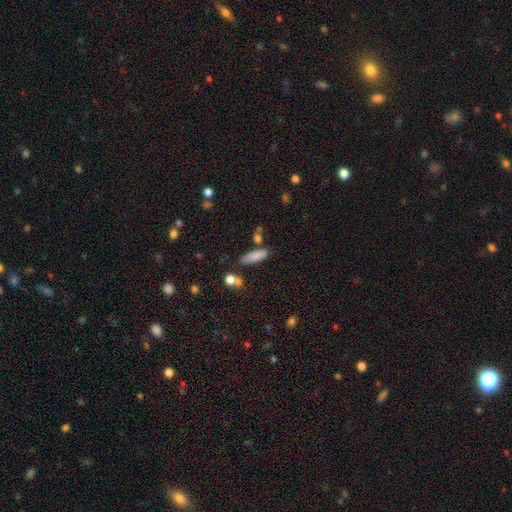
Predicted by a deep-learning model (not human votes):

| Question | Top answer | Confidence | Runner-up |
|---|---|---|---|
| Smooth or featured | smooth | 82% | featured or disk (10%) |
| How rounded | in between | 49% | tied: cigar-shaped (49%) |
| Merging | none | 68% | minor disturbance (16%) |